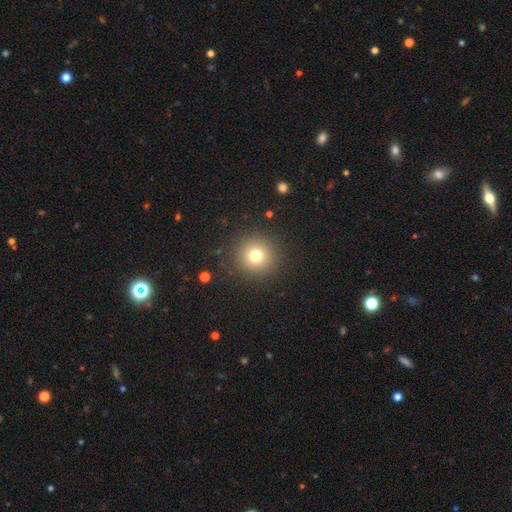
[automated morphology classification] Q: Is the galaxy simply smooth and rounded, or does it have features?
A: smooth — 75%.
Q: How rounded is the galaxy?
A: round — 95%.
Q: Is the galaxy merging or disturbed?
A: none — 90%.